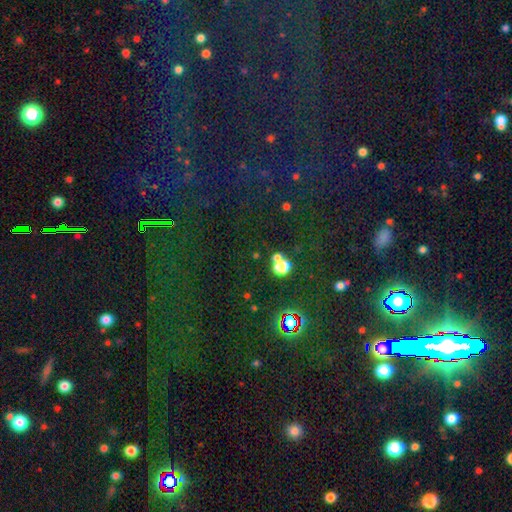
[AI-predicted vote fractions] Smooth or featured? star or artifact (64%)